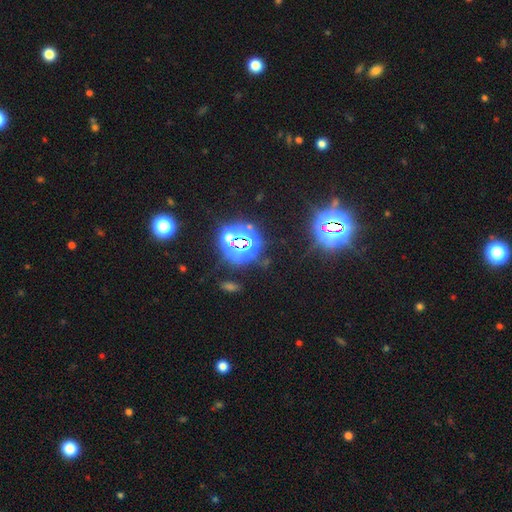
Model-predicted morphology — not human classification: type=star or artifact (81%).